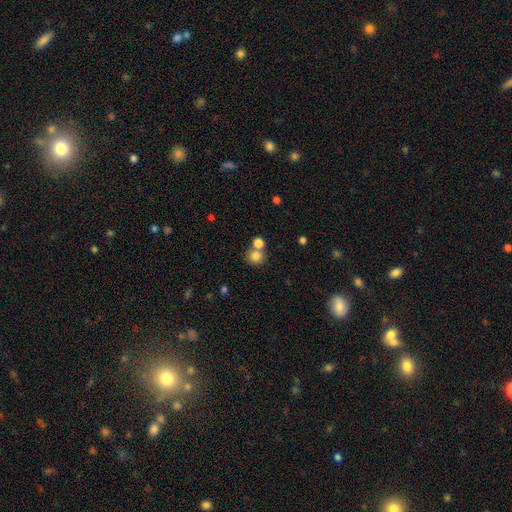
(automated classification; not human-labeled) This is clearly a smooth galaxy (81%). How rounded: clearly round (84%). Merging: possibly none (57%).